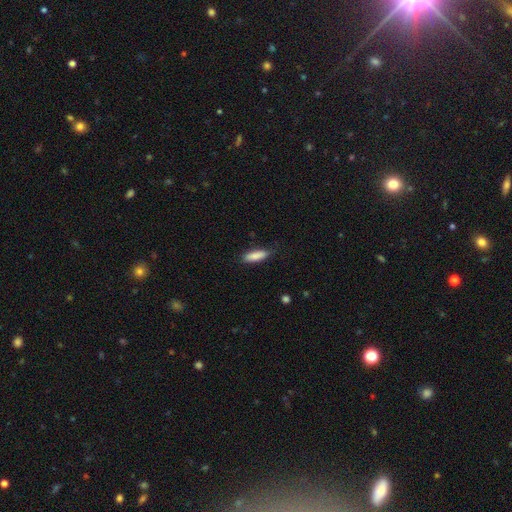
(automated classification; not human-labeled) Smooth or featured?
  - smooth: 86% *
  - featured or disk: 8%
  - star or artifact: 6%
How rounded?
  - cigar-shaped: 54% *
  - in between: 45%
  - round: 2%
Merging?
  - none: 82% *
  - minor disturbance: 14%
  - major disturbance: 3%
  - merger: 1%